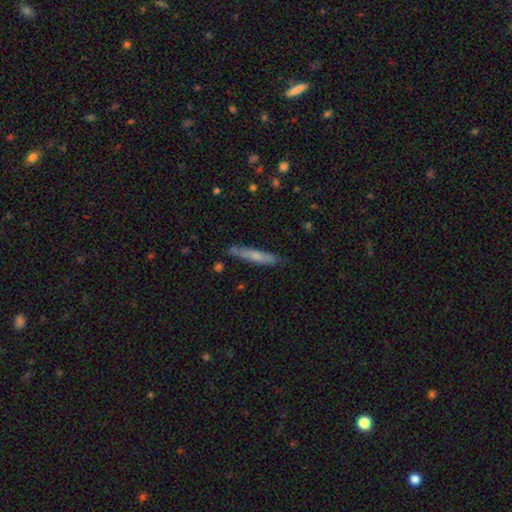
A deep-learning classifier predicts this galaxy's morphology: Smooth or featured? Predicted: smooth (p=0.57). How rounded? Predicted: cigar-shaped (p=0.92). Merging? Predicted: none (p=0.79).